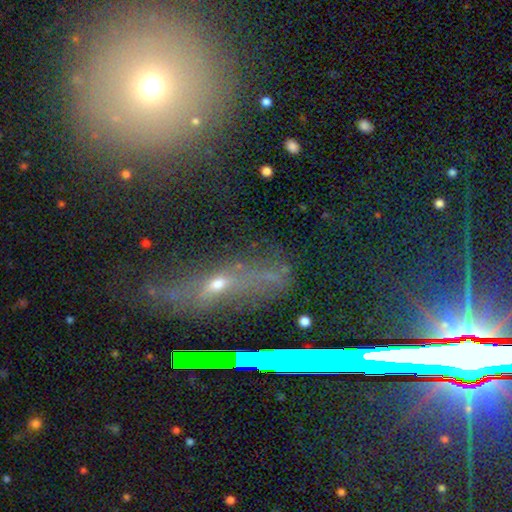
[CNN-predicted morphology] smooth-or-featured: star or artifact: 44% | featured or disk: 31% | smooth: 25%